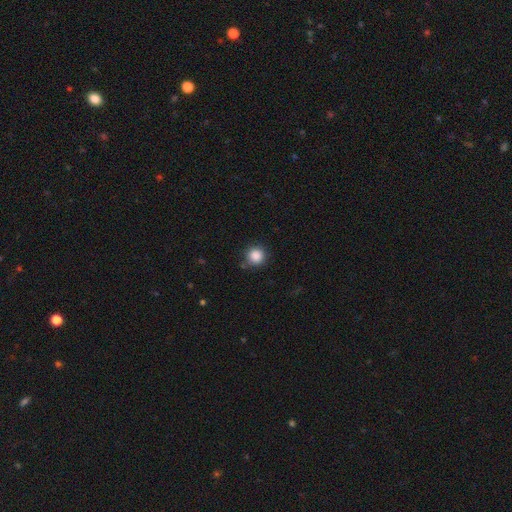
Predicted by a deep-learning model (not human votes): Overall: smooth (87%). How rounded: round (94%). Merging: none (82%).